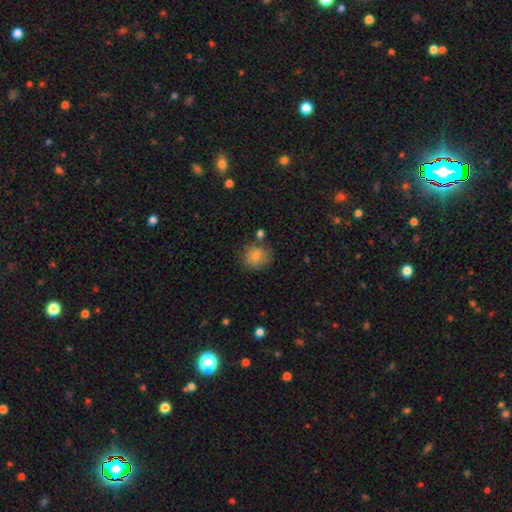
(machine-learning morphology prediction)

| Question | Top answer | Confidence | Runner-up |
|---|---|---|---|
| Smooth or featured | smooth | 80% | featured or disk (11%) |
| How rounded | round | 79% | in between (20%) |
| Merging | none | 67% | minor disturbance (19%) |